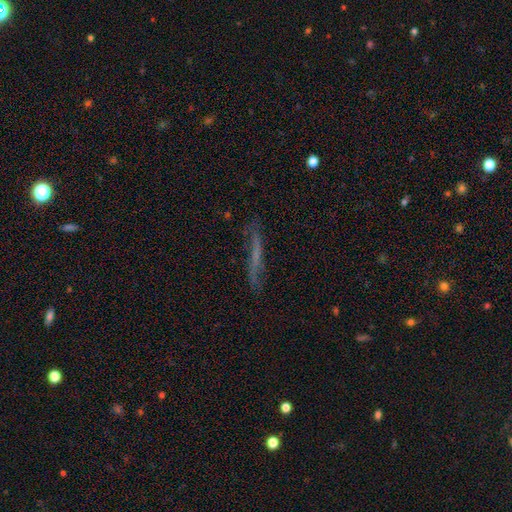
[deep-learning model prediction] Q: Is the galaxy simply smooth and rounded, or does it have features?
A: featured or disk — 52%.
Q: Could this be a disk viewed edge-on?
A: yes — 62%.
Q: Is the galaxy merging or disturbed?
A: none — 68%.